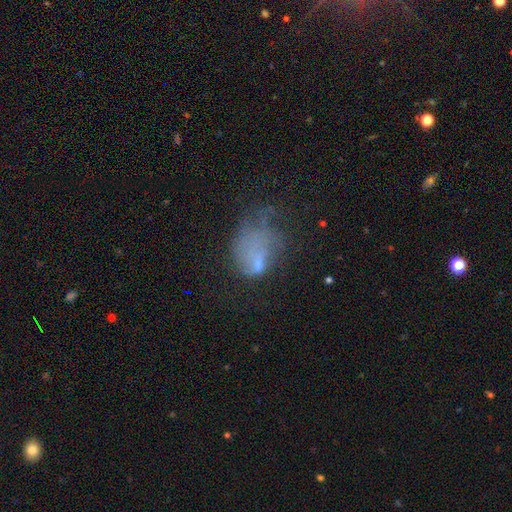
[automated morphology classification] type=smooth (42%); merging=major disturbance (42%).